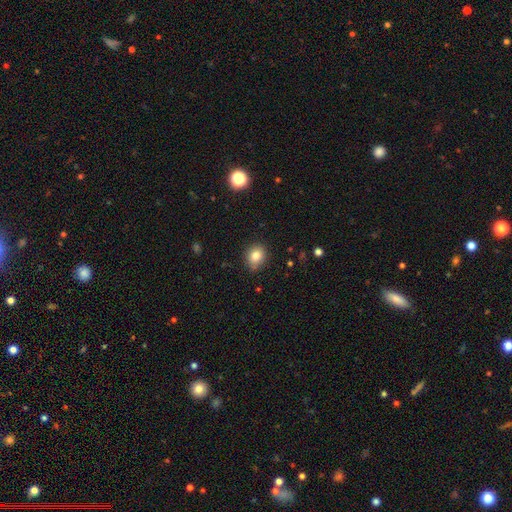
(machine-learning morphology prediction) This appears to be a smooth galaxy with no disk features (82%) that is round (62%). Merging: none (84%).